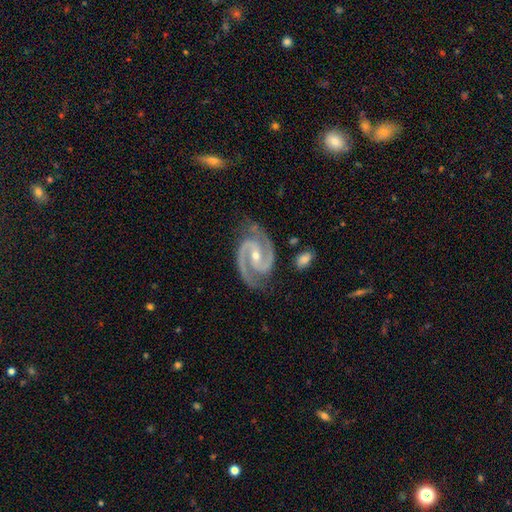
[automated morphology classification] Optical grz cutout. It shows a featured or disk galaxy (94%) with a weak bar (37%), 2 (94%) medium (58%) spiral arms (99%) and a small central bulge (54%). Merging: none (80%).